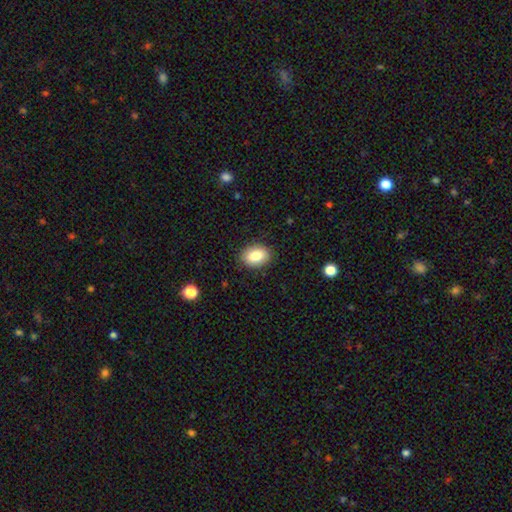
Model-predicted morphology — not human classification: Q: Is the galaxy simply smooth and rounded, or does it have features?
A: smooth — 83%.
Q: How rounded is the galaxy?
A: in between — 79%.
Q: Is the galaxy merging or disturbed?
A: none — 88%.